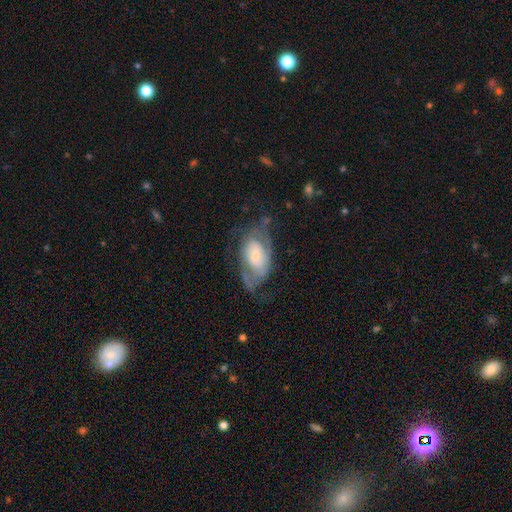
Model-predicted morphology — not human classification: featured or disk 66%, smooth 27%, star or artifact 7%. Down the decision tree: edge-on disk — no (95%); bar — no (63%); spiral arms — yes (76%); bulge size — small (56%); merging — none (45%).